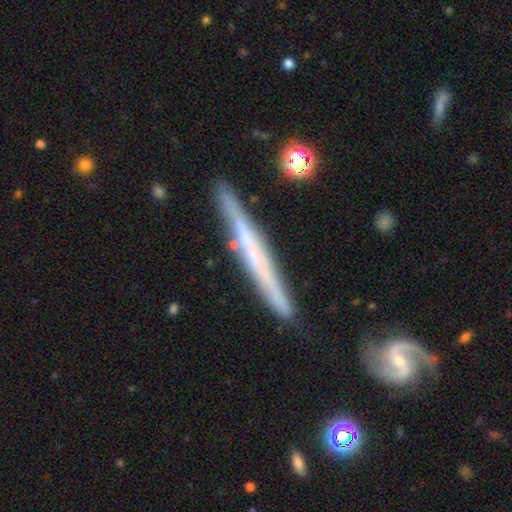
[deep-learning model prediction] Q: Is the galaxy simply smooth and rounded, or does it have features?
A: featured or disk — 68%.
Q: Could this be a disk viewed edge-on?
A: yes — 93%.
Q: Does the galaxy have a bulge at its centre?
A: none — 72%.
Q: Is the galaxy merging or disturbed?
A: none — 82%.